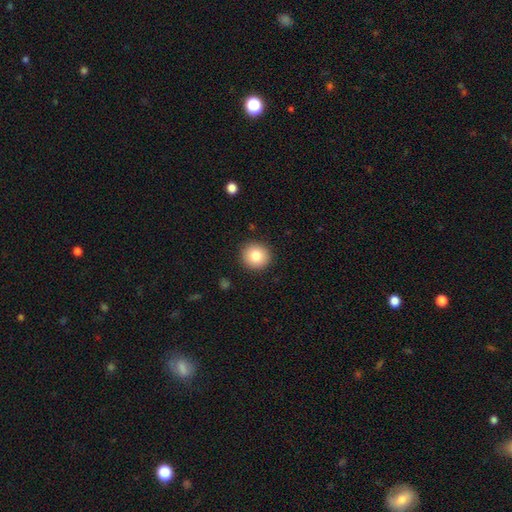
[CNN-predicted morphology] A smooth galaxy with no disk features (82%) that is round (93%). Merging: none (91%).